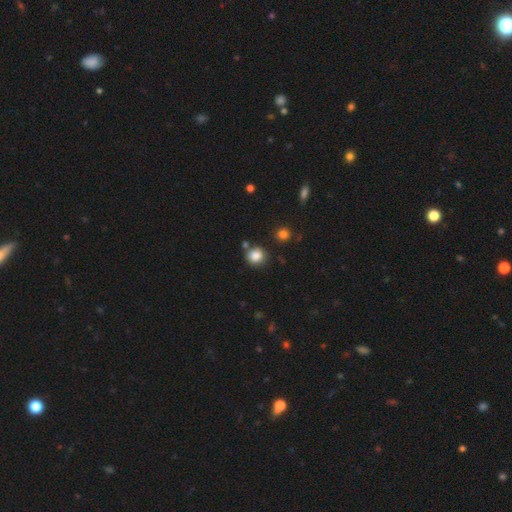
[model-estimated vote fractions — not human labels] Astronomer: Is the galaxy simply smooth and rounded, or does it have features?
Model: smooth — 85%.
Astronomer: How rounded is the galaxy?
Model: round — 88%.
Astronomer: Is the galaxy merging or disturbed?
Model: none — 79%.